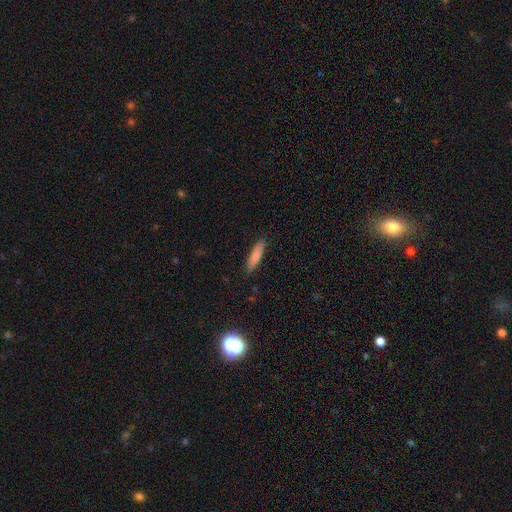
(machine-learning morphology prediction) Q: Smooth or featured?
A: smooth (80%); runner-up: featured or disk (14%)
Q: How rounded?
A: cigar-shaped (81%); runner-up: in between (17%)
Q: Merging?
A: none (89%); runner-up: minor disturbance (8%)